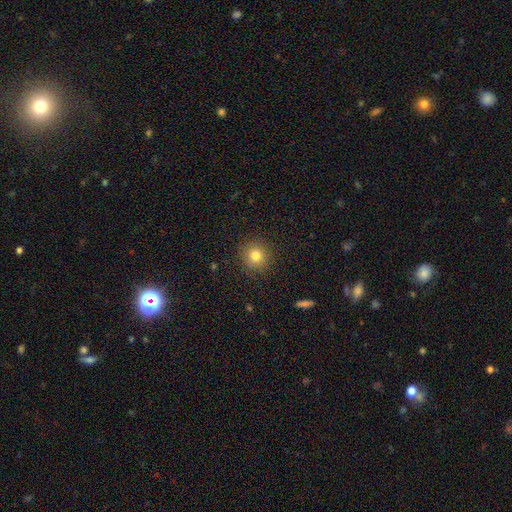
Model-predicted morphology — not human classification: Smooth or featured? Predicted: smooth (p=0.80). How rounded? Predicted: round (p=0.92). Merging? Predicted: none (p=0.89).